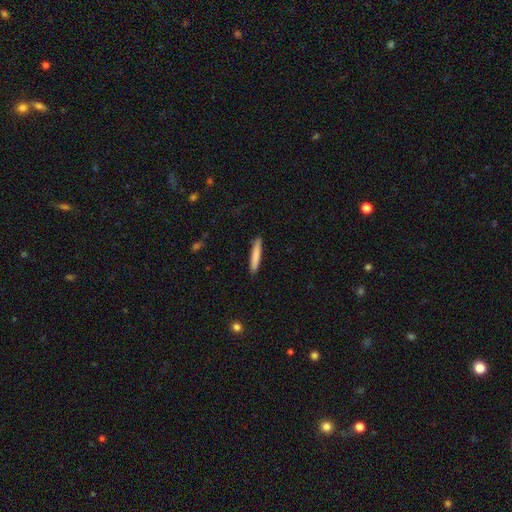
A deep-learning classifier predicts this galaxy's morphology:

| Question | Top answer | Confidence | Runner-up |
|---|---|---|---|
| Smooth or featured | smooth | 80% | featured or disk (15%) |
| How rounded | cigar-shaped | 94% | in between (5%) |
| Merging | none | 90% | minor disturbance (7%) |